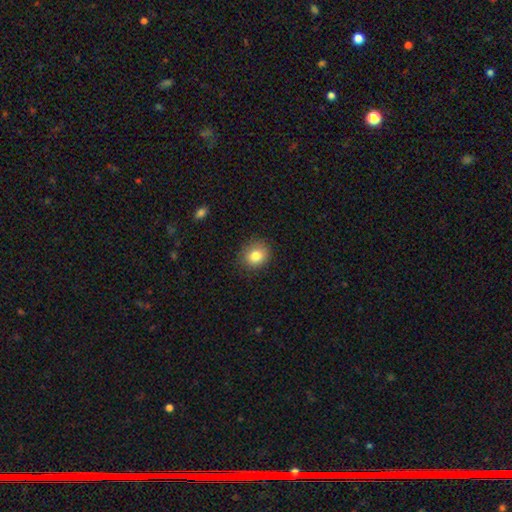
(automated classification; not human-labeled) Overall: smooth (83%). How rounded: round (72%). Merging: none (85%).